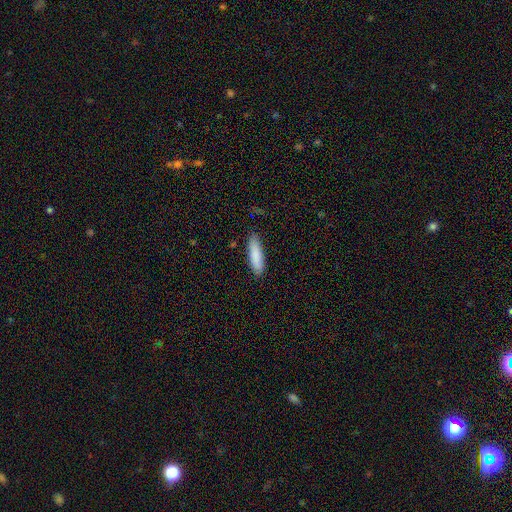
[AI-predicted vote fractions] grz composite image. It shows a smooth galaxy with no disk features (87%) that is cigar-shaped (66%). Merging: none (86%).